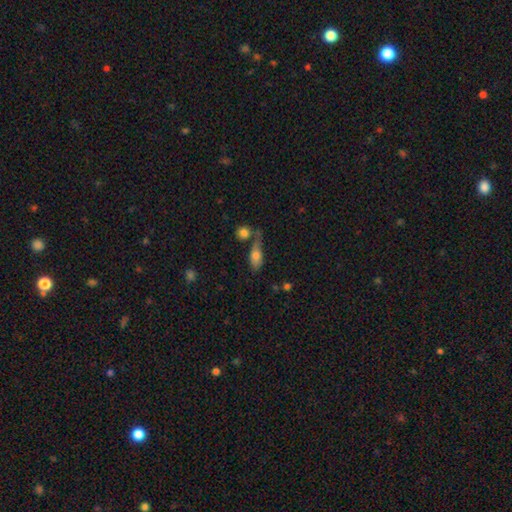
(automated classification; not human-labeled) smooth 74%, featured or disk 18%, star or artifact 8%. Down the decision tree: how rounded — in between (79%); merging — none (42%).